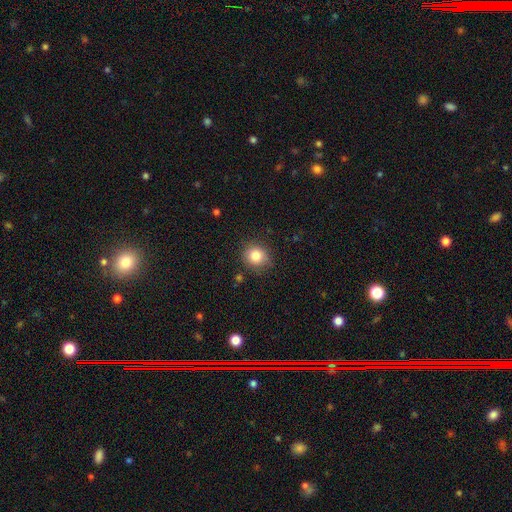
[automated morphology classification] smooth_or_featured: smooth (p=0.82) [alt: star or artifact p=0.10]
how_rounded: round (p=0.82) [alt: in between p=0.17]
merging: none (p=0.79) [alt: minor disturbance p=0.16]